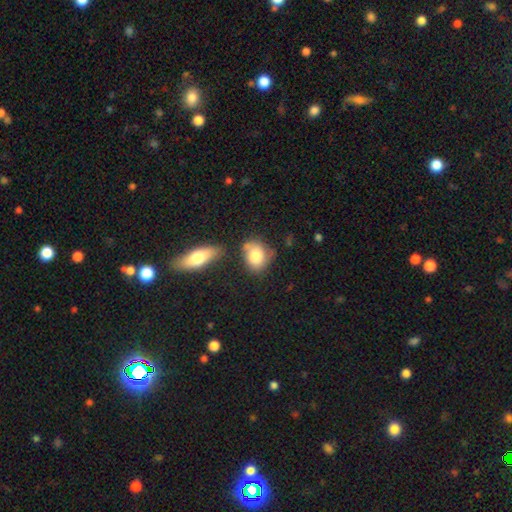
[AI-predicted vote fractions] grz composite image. It shows a smooth galaxy with no disk features (78%) that is round (51%). Merging: none (54%).